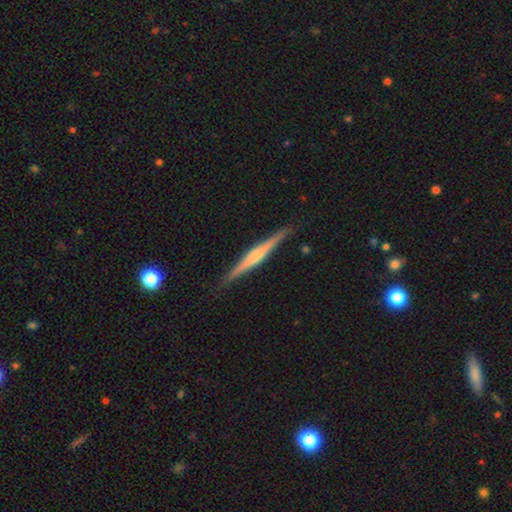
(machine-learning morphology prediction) Smooth or featured? Predicted: featured or disk (p=0.71). Edge-on disk? Predicted: yes (p=0.98). Edge-on bulge? Predicted: rounded (p=0.62). Merging? Predicted: none (p=0.90).